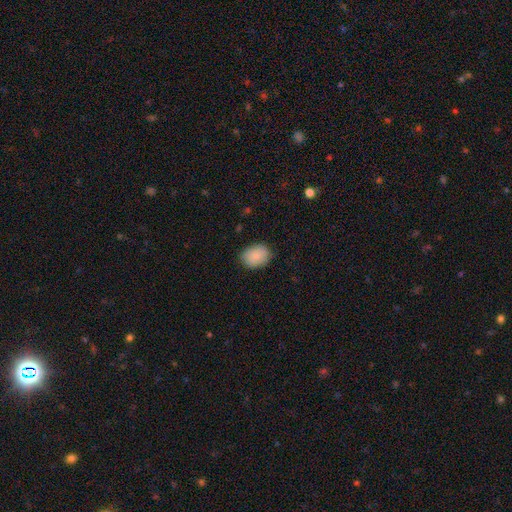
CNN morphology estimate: smooth 87%, star or artifact 7%, featured or disk 6%. Down the decision tree: how rounded — in between (68%); merging — none (83%).